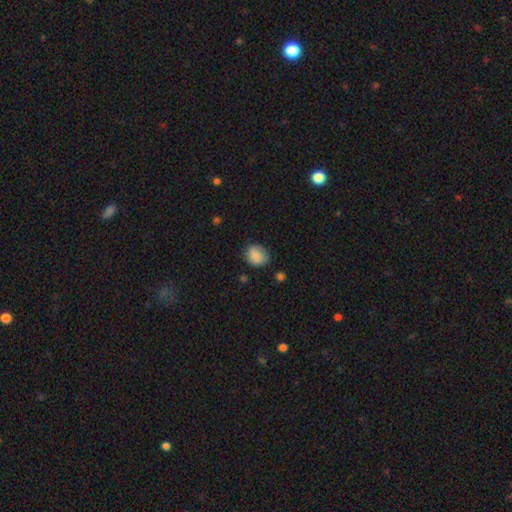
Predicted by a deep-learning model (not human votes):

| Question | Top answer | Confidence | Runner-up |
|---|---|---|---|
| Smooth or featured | smooth | 86% | star or artifact (8%) |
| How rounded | round | 62% | in between (37%) |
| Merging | none | 72% | minor disturbance (22%) |